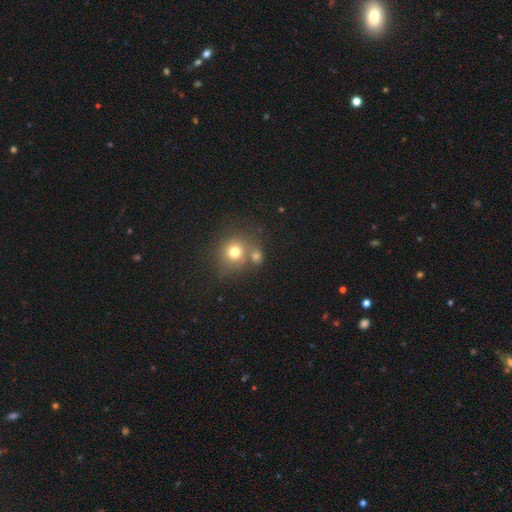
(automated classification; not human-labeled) This is likely a smooth galaxy (72%). How rounded: clearly round (81%). Merging: possibly none (54%).